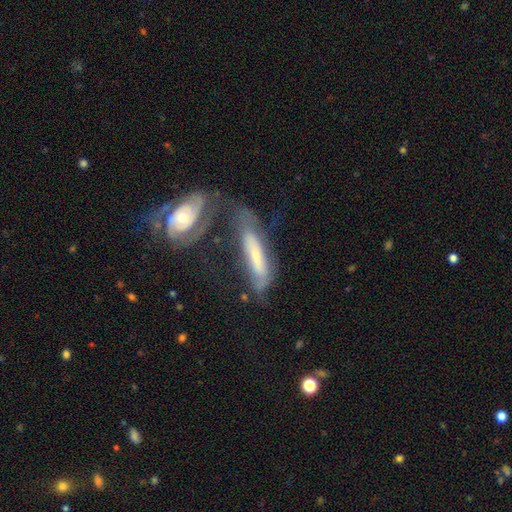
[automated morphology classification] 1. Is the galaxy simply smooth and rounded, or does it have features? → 60% featured or disk, 32% smooth, 7% star or artifact.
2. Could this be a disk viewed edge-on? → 69% no, 31% yes.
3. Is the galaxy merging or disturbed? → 32% none (tied), 32% merger (tied), 19% minor disturbance, 17% major disturbance.